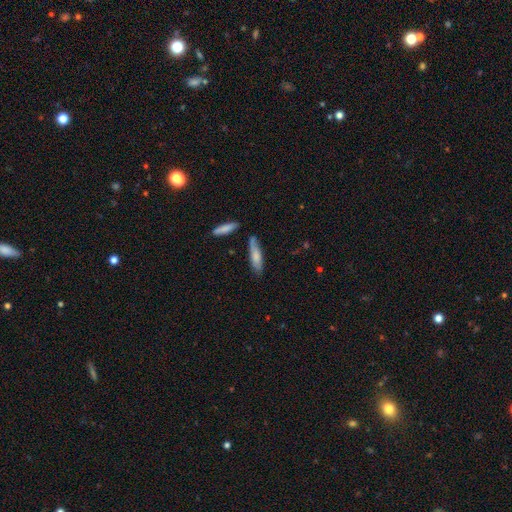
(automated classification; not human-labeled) Smooth or featured? smooth (71%)
How rounded? cigar-shaped (68%)
Merging? none (68%)